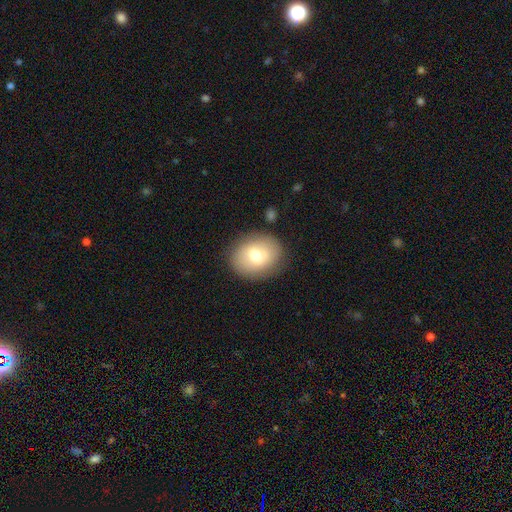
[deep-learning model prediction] Q: Smooth or featured?
A: smooth (70%); runner-up: featured or disk (22%)
Q: How rounded?
A: round (57%); runner-up: in between (42%)
Q: Merging?
A: none (83%); runner-up: minor disturbance (11%)